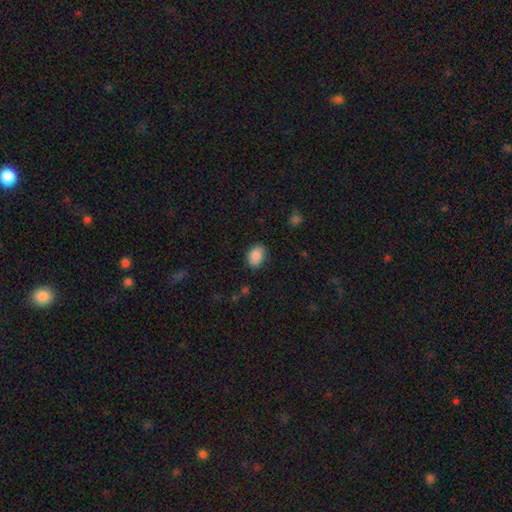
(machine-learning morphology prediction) This appears to be a smooth galaxy with no disk features (88%) that is in between round and cigar-shaped (83%). Merging: none (84%).